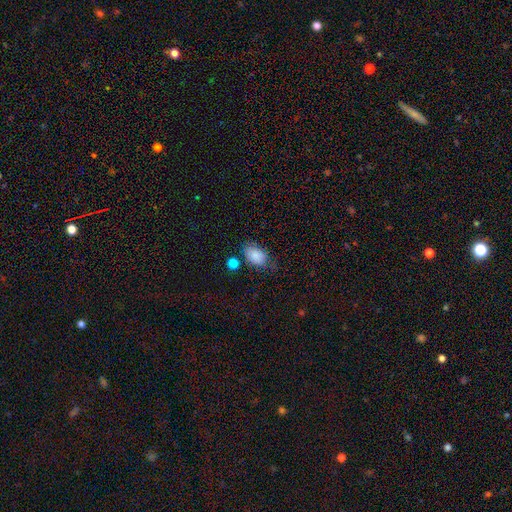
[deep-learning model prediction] Smooth or featured?
  - smooth: 85% *
  - star or artifact: 8%
  - featured or disk: 8%
How rounded?
  - in between: 87% *
  - round: 11%
  - cigar-shaped: 1%
Merging?
  - none: 62% *
  - minor disturbance: 24%
  - merger: 7%
  - major disturbance: 7%